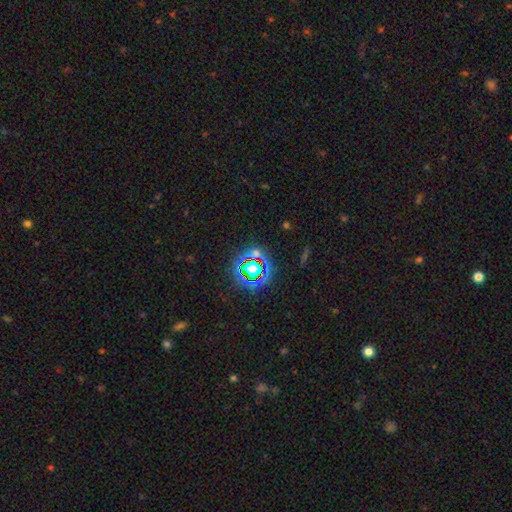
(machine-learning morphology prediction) smooth-or-featured: star or artifact: 73% | smooth: 17% | featured or disk: 10%